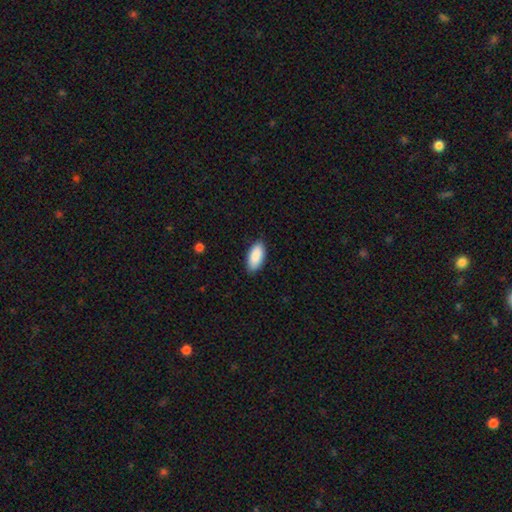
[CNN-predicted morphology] Smooth or featured?
  - smooth: 90% *
  - star or artifact: 6%
  - featured or disk: 4%
How rounded?
  - in between: 91% *
  - cigar-shaped: 7%
  - round: 2%
Merging?
  - none: 87% *
  - minor disturbance: 10%
  - major disturbance: 2%
  - merger: 1%